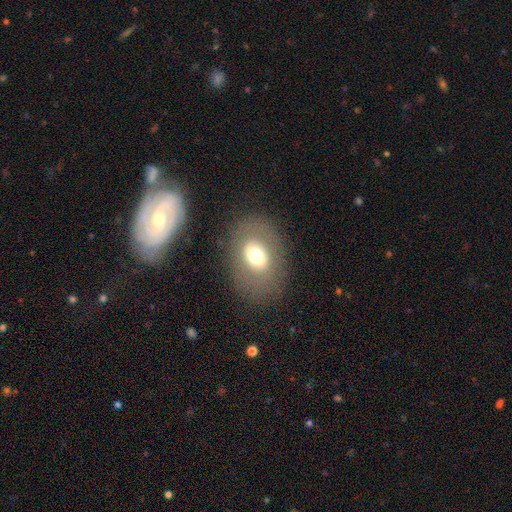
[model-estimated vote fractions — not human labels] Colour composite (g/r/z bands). It shows a smooth galaxy with no disk features (59%) that is in between round and cigar-shaped (68%). Merging: none (81%).